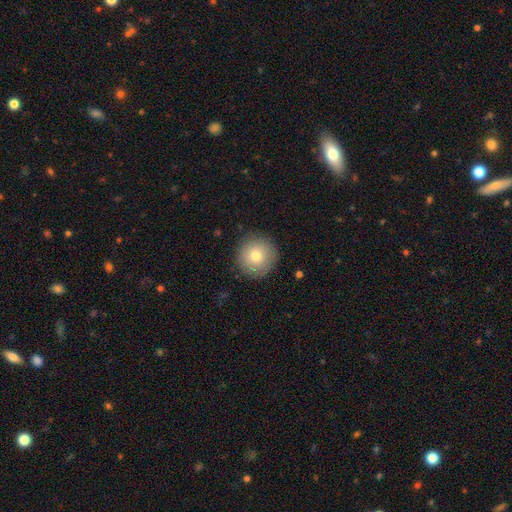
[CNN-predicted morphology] Smooth or featured? smooth (78%)
How rounded? round (94%)
Merging? none (88%)